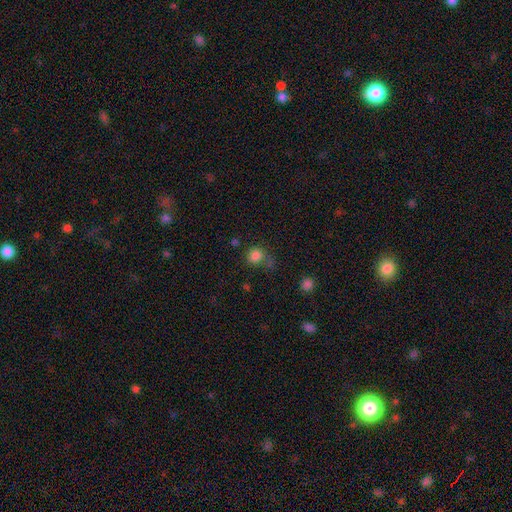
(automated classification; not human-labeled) Overall: smooth (82%). How rounded: round (85%). Merging: none (62%).